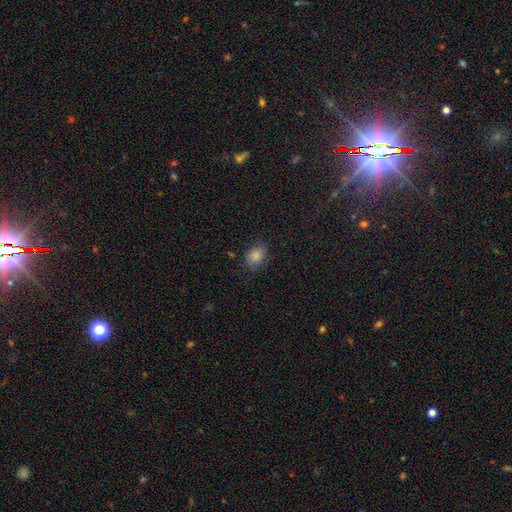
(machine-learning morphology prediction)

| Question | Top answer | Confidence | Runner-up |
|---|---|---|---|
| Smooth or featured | smooth | 85% | star or artifact (10%) |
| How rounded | in between | 72% | round (27%) |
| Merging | none | 78% | minor disturbance (17%) |